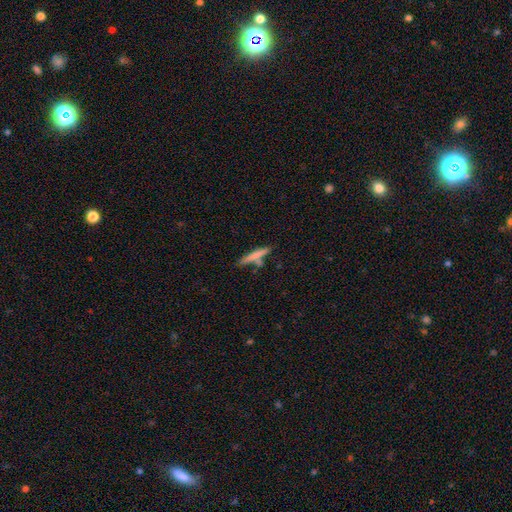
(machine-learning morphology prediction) Smooth or featured? Predicted: smooth (p=0.70). How rounded? Predicted: cigar-shaped (p=0.92). Merging? Predicted: none (p=0.68).